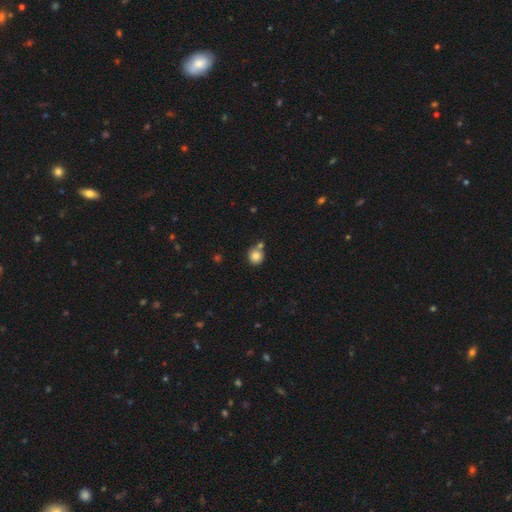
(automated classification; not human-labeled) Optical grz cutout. It shows a smooth galaxy with no disk features (82%) that is round (87%). Merging: none (64%).